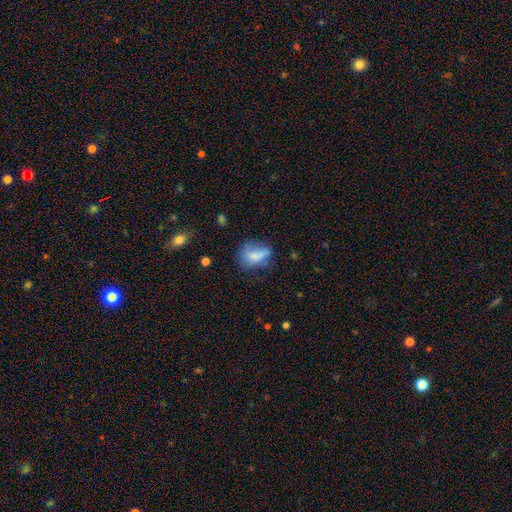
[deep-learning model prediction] This appears to be a smooth galaxy with no disk features (64%) that is in between round and cigar-shaped (69%). Merging: none (40%).